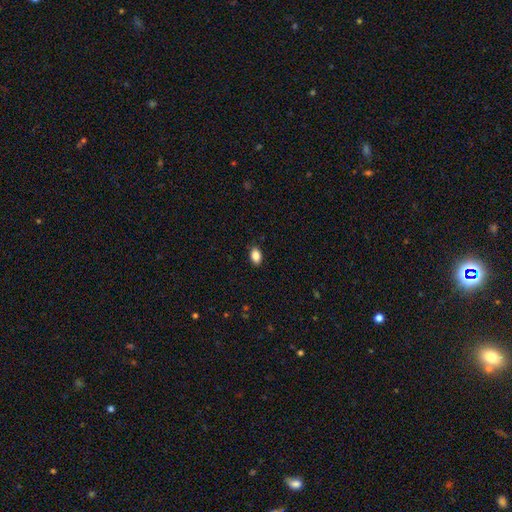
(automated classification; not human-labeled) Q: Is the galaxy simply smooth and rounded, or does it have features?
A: smooth — 88%.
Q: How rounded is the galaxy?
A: in between — 87%.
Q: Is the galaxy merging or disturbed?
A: none — 87%.